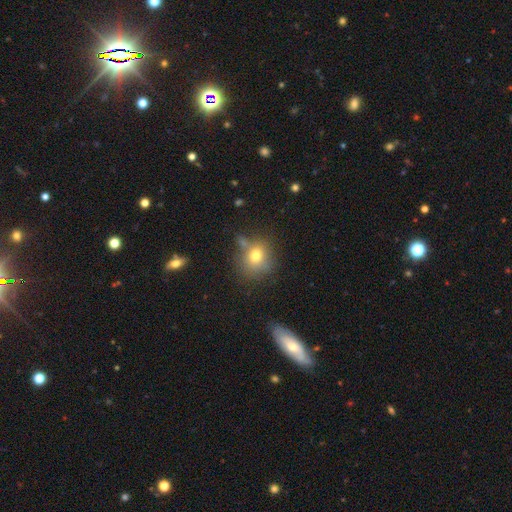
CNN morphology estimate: Smooth or featured?
  - smooth: 73% *
  - star or artifact: 14%
  - featured or disk: 13%
How rounded?
  - round: 80% *
  - in between: 19%
  - cigar-shaped: 1%
Merging?
  - none: 69% *
  - minor disturbance: 16%
  - merger: 9%
  - major disturbance: 6%